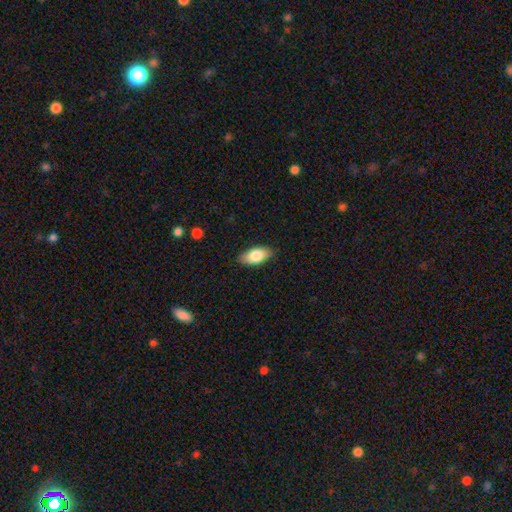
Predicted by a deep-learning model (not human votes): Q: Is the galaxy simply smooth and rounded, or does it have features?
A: smooth — 80%.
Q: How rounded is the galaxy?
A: in between — 90%.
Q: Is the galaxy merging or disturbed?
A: none — 85%.